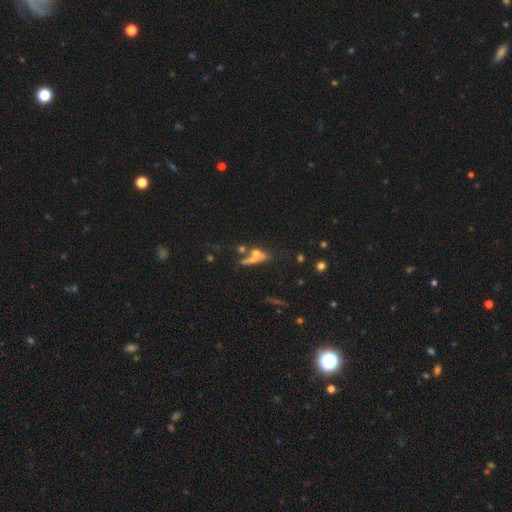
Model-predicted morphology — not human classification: A smooth galaxy with no disk features (53%) that is in between round and cigar-shaped (47%). Merging: merger (40%).